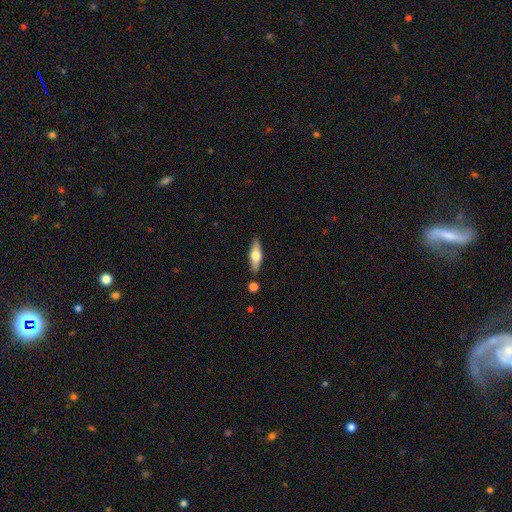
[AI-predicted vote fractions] This is possibly a smooth galaxy (57%). How rounded: possibly in between (54%). Merging: clearly none (85%).